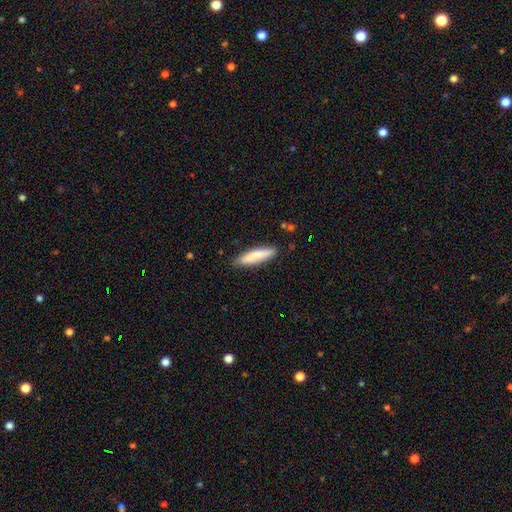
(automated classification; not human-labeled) The model was most divided on "how rounded": cigar-shaped: 82%, in between: 17%, round: 1%. More confident: merging — none (85%); smooth or featured — smooth (81%).